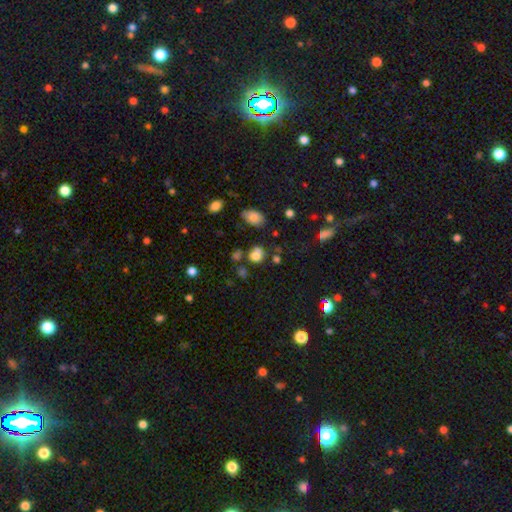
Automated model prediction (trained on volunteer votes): smooth_or_featured: smooth (p=0.77) [alt: star or artifact p=0.15]
how_rounded: round (p=0.70) [alt: in between p=0.29]
merging: none (p=0.61) [alt: minor disturbance p=0.17]